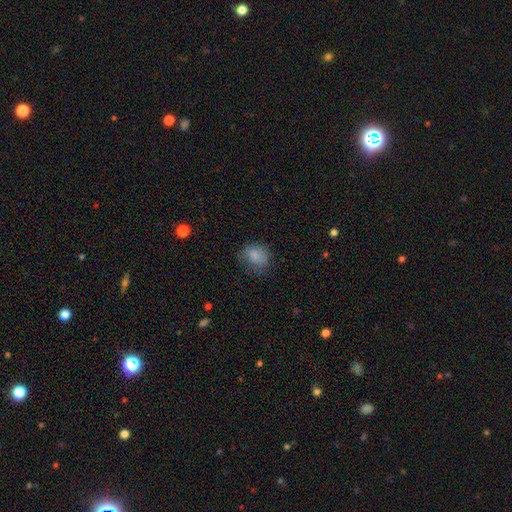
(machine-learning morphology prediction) smooth-or-featured: smooth: 81% | star or artifact: 10% | featured or disk: 9%
  how-rounded: round: 58% | in between: 41% | cigar-shaped: 1%
  merging: none: 62% | minor disturbance: 26% | major disturbance: 11% | merger: 1%